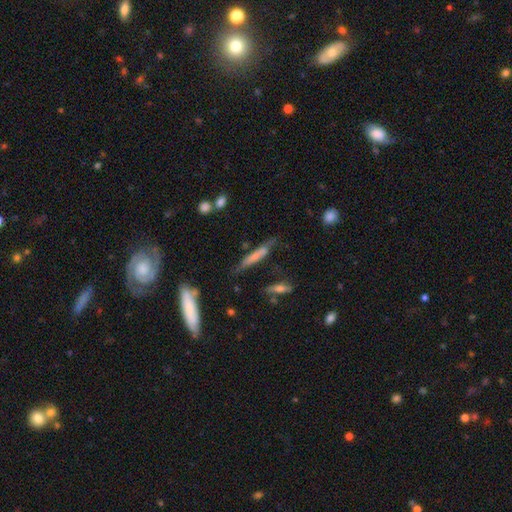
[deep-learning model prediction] smooth 54%, featured or disk 37%, star or artifact 8%. Down the decision tree: how rounded — cigar-shaped (89%); merging — none (62%).